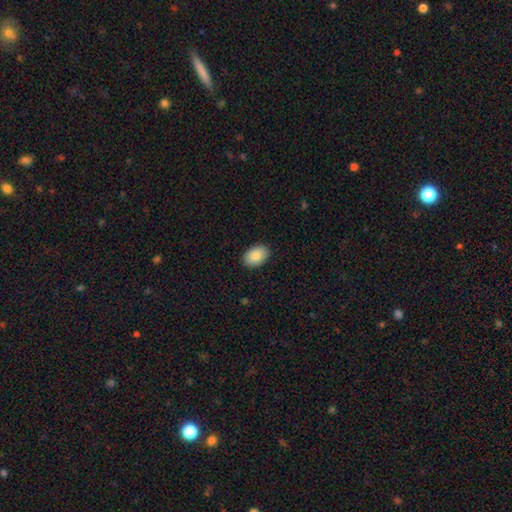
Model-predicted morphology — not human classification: smooth-or-featured: smooth: 87% | featured or disk: 7% | star or artifact: 7%
  how-rounded: in between: 88% | round: 11% | cigar-shaped: 1%
  merging: none: 90% | minor disturbance: 7% | major disturbance: 2% | merger: 1%